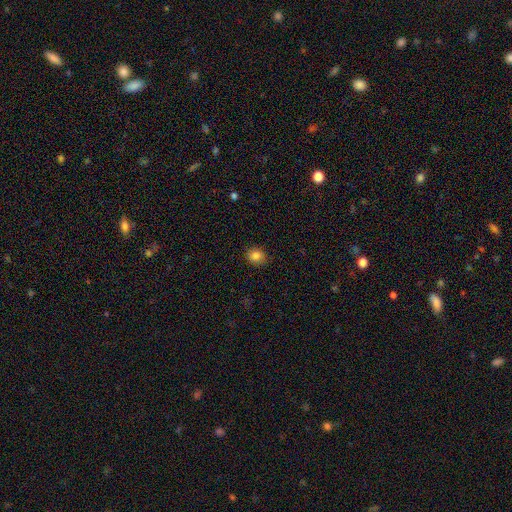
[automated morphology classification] smooth_or_featured: smooth (p=0.85) [alt: star or artifact p=0.11]
how_rounded: round (p=0.71) [alt: in between p=0.28]
merging: none (p=0.88) [alt: minor disturbance p=0.09]